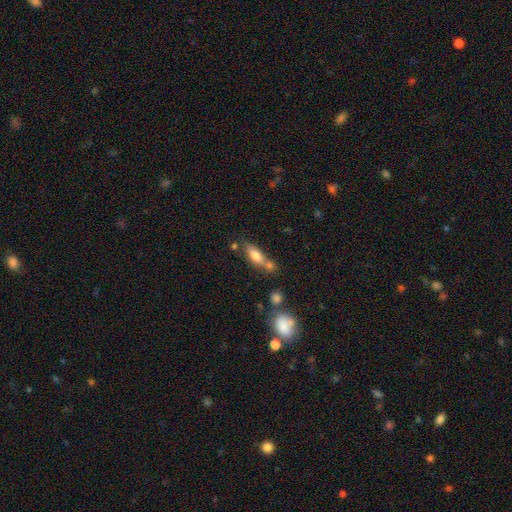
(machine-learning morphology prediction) Overall: smooth (70%). How rounded: in between (60%; cigar-shaped 36%). Merging: none (49%; merger 29%).